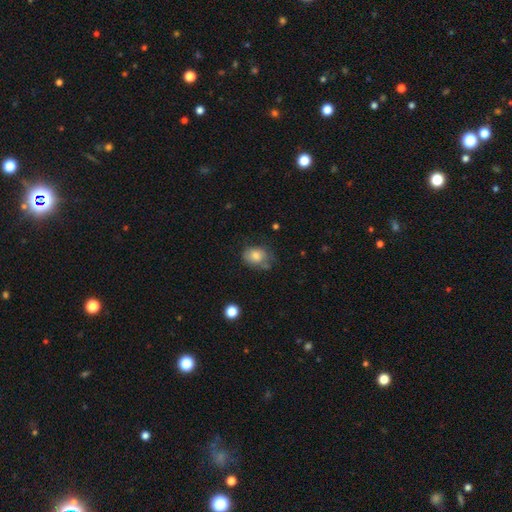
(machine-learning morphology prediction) Overall: smooth (75%). How rounded: in between (65%; round 34%). Merging: none (54%; minor disturbance 30%).